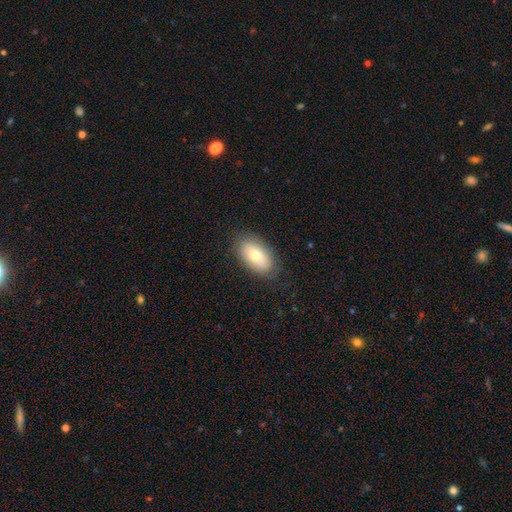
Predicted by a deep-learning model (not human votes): Morphology: type=smooth (74%); roundness=in between (93%); merging=none (83%).